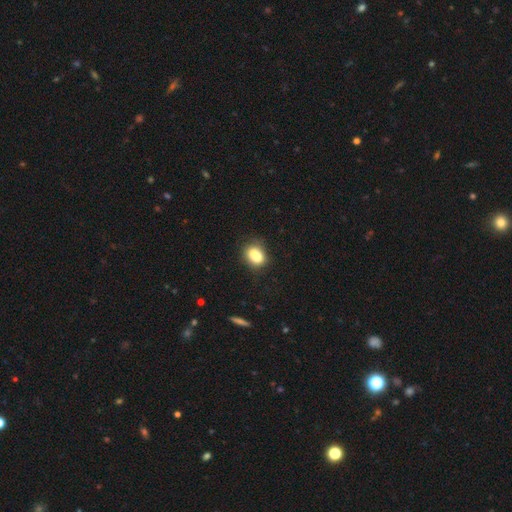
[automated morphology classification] Smooth or featured: smooth — 77% (featured or disk — 13%)
How rounded: in between — 56% (round — 43%)
Merging: none — 45% (merger — 32%)